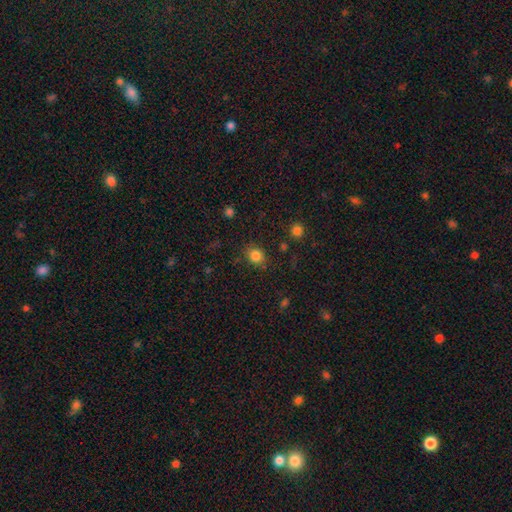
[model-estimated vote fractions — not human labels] smooth-or-featured: smooth: 83% | star or artifact: 12% | featured or disk: 5%
  how-rounded: round: 73% | in between: 26% | cigar-shaped: 1%
  merging: none: 82% | minor disturbance: 11% | major disturbance: 4% | merger: 2%